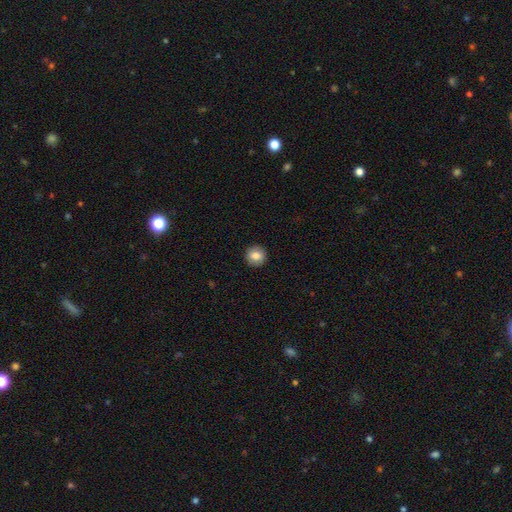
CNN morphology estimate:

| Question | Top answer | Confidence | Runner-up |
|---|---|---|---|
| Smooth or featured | smooth | 83% | featured or disk (9%) |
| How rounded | round | 91% | in between (8%) |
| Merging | none | 92% | minor disturbance (5%) |